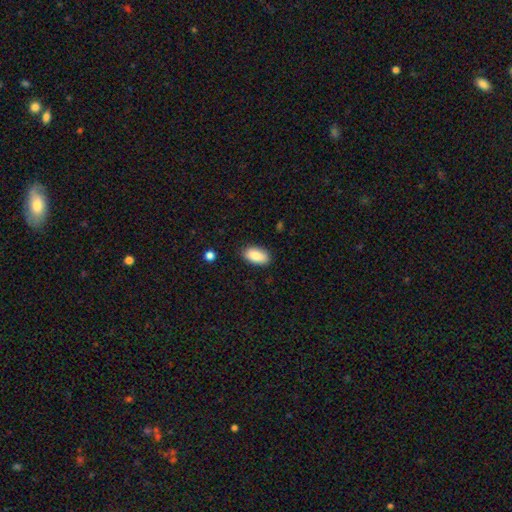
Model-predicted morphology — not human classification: type=smooth (87%); roundness=in between (93%); merging=none (85%).